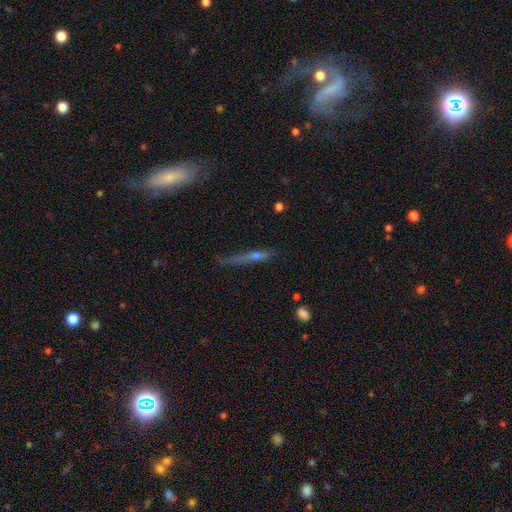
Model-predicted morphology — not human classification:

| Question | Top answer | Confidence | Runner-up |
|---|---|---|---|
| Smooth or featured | featured or disk | 51% | smooth (28%) |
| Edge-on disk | yes | 83% | no (17%) |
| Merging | none | 76% | minor disturbance (15%) |